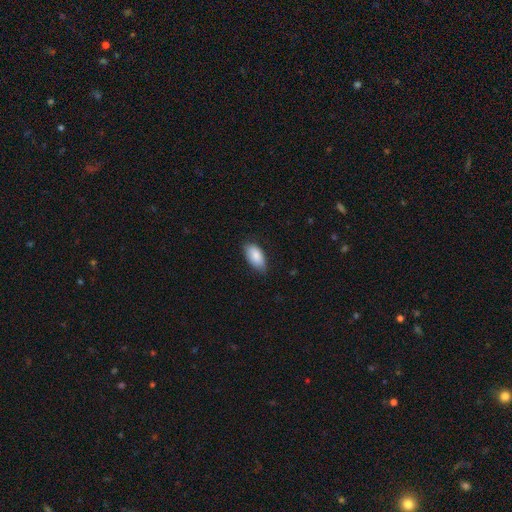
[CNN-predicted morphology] This appears to be a smooth galaxy with no disk features (88%) that is in between round and cigar-shaped (94%). Merging: none (76%).